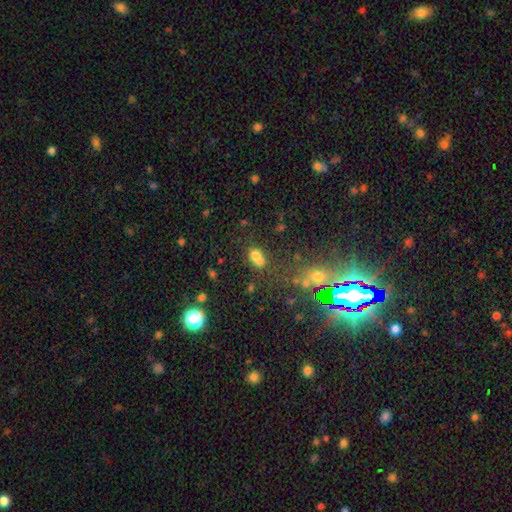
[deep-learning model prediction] Q: Smooth or featured?
A: smooth (69%); runner-up: star or artifact (18%)
Q: How rounded?
A: in between (61%); runner-up: round (37%)
Q: Merging?
A: merger (44%); runner-up: none (37%)